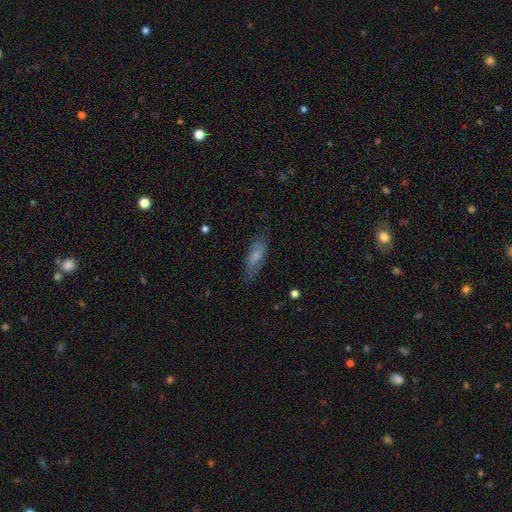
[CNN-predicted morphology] A smooth galaxy with no disk features (63%) that is in between round and cigar-shaped (58%).

Vote fractions:
- Smooth or featured? smooth: 63% / featured or disk: 30% / star or artifact: 8%
- How rounded? in between: 58% / cigar-shaped: 40% / round: 2%
- Merging? none: 74% / minor disturbance: 19% / major disturbance: 6% / merger: 1%